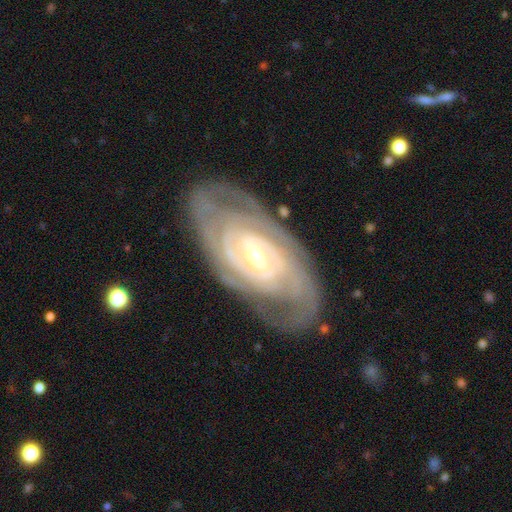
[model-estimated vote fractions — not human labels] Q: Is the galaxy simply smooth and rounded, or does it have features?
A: featured or disk — 88%.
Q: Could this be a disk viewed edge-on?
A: no — 95%.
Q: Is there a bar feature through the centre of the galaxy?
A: weak — 45%.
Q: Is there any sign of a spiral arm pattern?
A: yes — 95%.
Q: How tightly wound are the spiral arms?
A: tight — 75%.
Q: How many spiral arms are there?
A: can't tell — 32%.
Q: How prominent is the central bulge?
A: small — 65%.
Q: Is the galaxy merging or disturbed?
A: none — 77%.